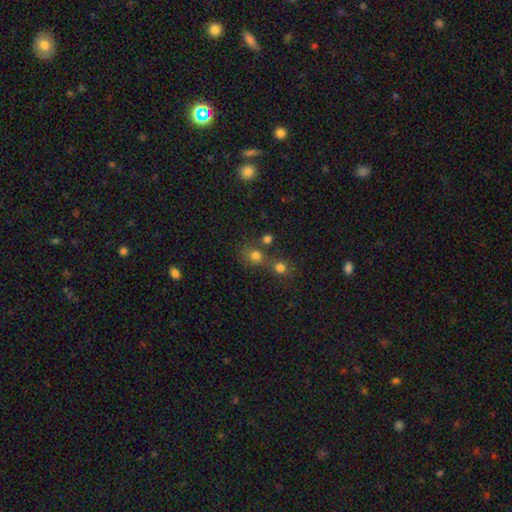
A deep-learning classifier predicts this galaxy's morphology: smooth 72%, star or artifact 18%, featured or disk 10%. Down the decision tree: how rounded — round (77%); merging — none (47%).